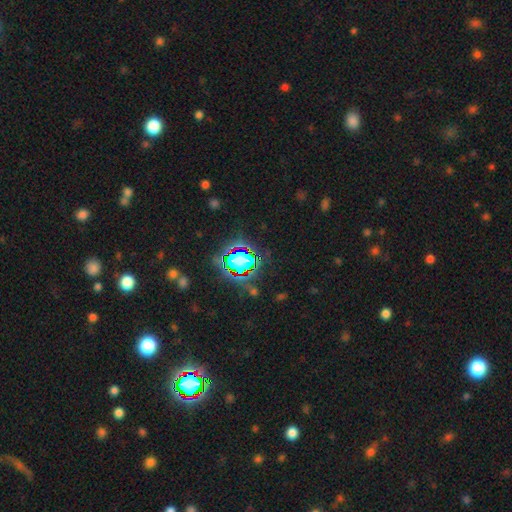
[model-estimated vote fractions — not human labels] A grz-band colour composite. It shows a star or artifact, not a galaxy (81%).